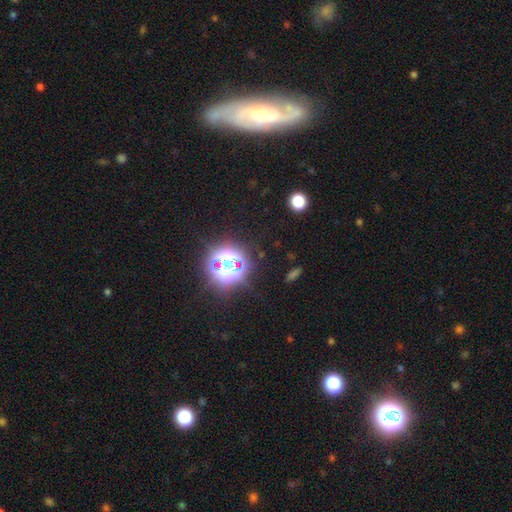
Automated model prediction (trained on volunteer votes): Q: Smooth or featured?
A: star or artifact (40%); runner-up: featured or disk (32%)